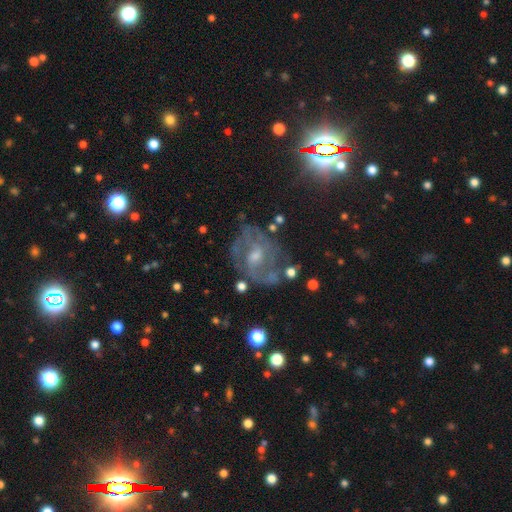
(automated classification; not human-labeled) Q: Smooth or featured?
A: featured or disk (67%); runner-up: star or artifact (21%)
Q: Edge-on disk?
A: no (96%); runner-up: yes (4%)
Q: Bar?
A: no (46%); runner-up: weak (42%)
Q: Spiral arms?
A: yes (85%); runner-up: no (15%)
Q: Spiral winding?
A: tight (48%); runner-up: medium (39%)
Q: Spiral arm count?
A: can't tell (37%); tied with: 2 (37%)
Q: Bulge size?
A: moderate (46%); runner-up: small (45%)
Q: Merging?
A: none (68%); runner-up: minor disturbance (17%)